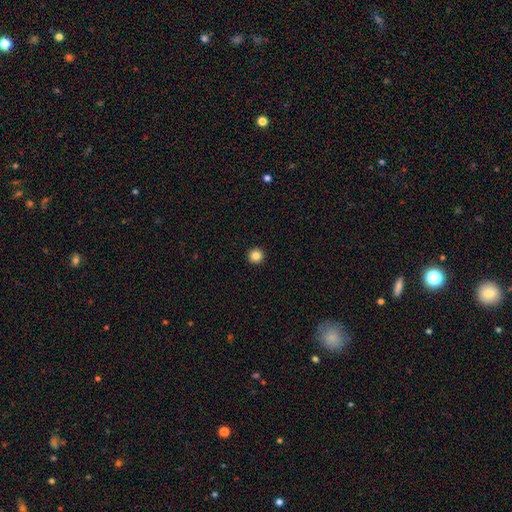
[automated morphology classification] Smooth or featured: smooth — 84% (star or artifact — 11%)
How rounded: round — 95% (in between — 4%)
Merging: none — 94% (minor disturbance — 4%)